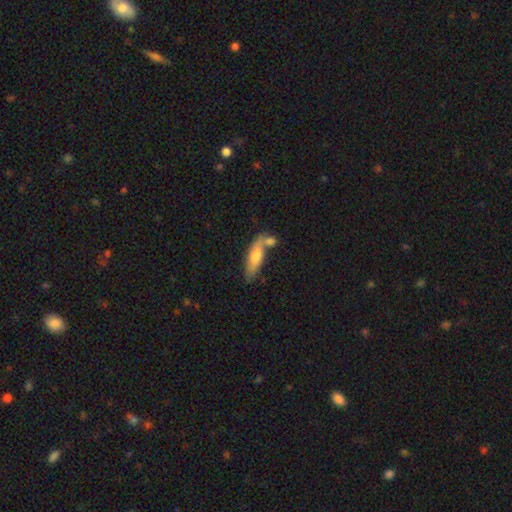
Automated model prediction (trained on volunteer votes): smooth 63%, featured or disk 31%, star or artifact 6%. Down the decision tree: how rounded — cigar-shaped (54%); merging — none (54%).